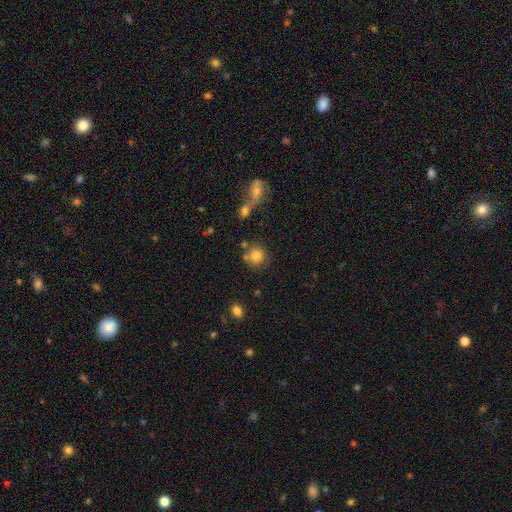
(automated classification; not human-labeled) smooth-or-featured: smooth: 81% | star or artifact: 10% | featured or disk: 9%
  how-rounded: round: 86% | in between: 13% | cigar-shaped: 1%
  merging: none: 66% | minor disturbance: 15% | merger: 12% | major disturbance: 6%